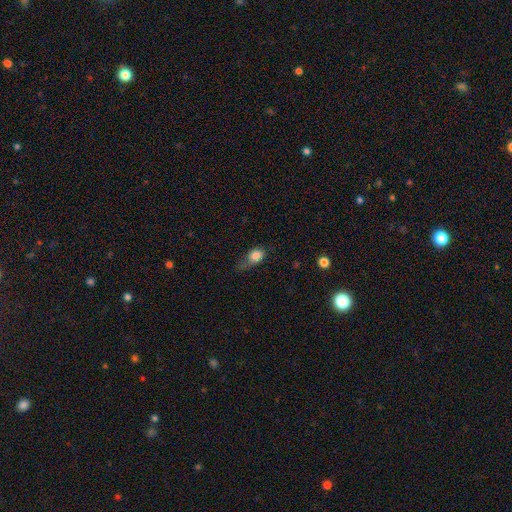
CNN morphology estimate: A smooth galaxy with no disk features (82%) that is in between round and cigar-shaped (64%). Merging: minor disturbance (36%).